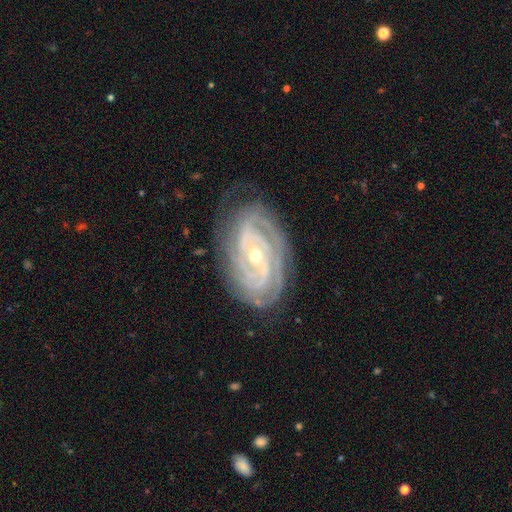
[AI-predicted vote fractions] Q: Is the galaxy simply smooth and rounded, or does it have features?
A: featured or disk — 91%.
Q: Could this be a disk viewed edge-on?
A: no — 96%.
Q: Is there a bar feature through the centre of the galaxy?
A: no — 55%.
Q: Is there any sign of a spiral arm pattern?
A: yes — 98%.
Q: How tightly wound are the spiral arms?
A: tight — 80%.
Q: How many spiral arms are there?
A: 3 — 28%.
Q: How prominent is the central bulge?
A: small — 54%.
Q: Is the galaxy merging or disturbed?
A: none — 77%.